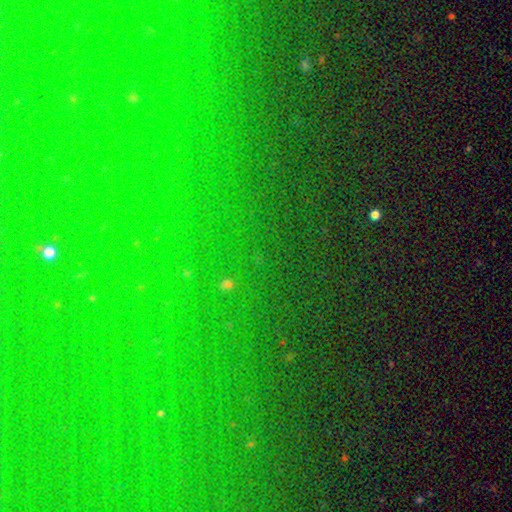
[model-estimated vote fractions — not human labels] Smooth or featured? Predicted: star or artifact (p=0.81).